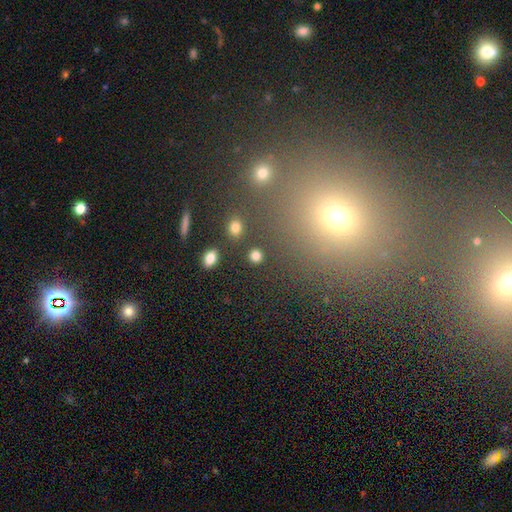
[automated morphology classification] Overall: smooth (81%). How rounded: round (82%). Merging: none (87%).